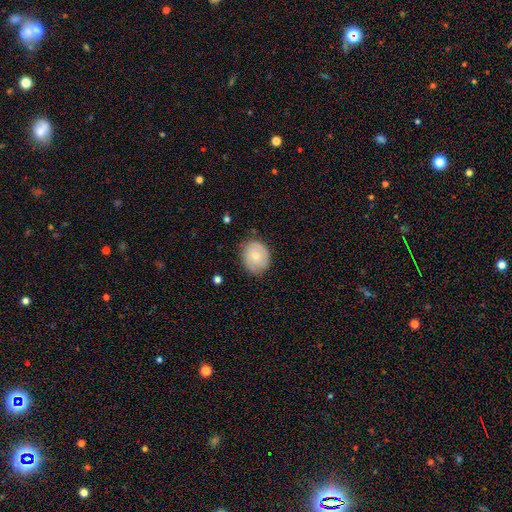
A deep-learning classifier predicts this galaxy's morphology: Smooth or featured: smooth — 68% (featured or disk — 26%)
How rounded: round — 57% (in between — 43%)
Merging: none — 77% (minor disturbance — 19%)